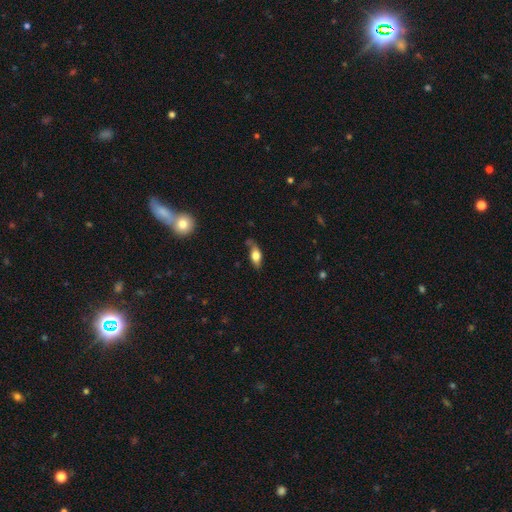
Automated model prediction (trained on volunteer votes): A smooth galaxy with no disk features (64%) that is in between round and cigar-shaped (79%). Merging: none (54%).